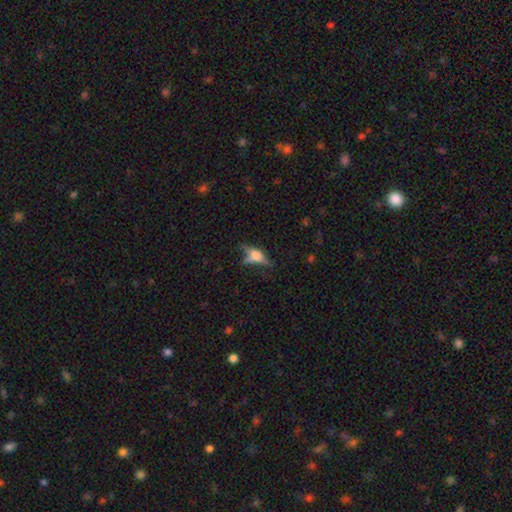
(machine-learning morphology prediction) Overall: featured or disk (47%; smooth 38%). Merging: none (53%; minor disturbance 19%).